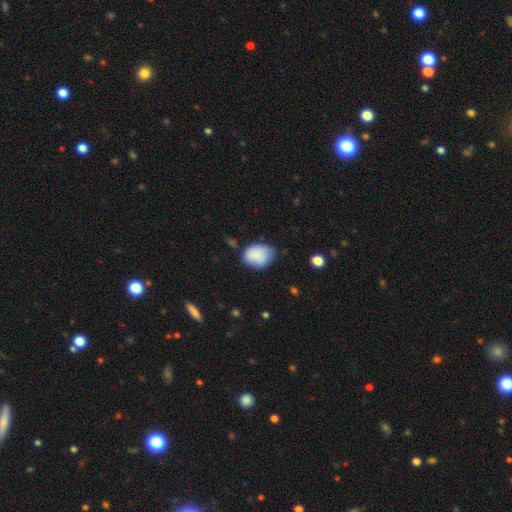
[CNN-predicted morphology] smooth-or-featured: smooth: 84% | featured or disk: 9% | star or artifact: 7%
  how-rounded: in between: 57% | round: 43% | cigar-shaped: 1%
  merging: none: 55% | minor disturbance: 35% | major disturbance: 7% | merger: 3%